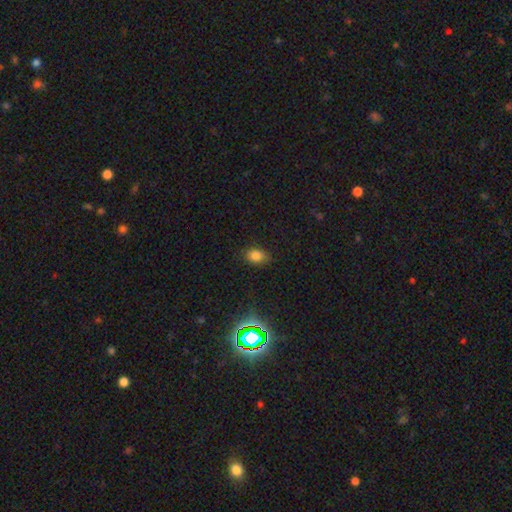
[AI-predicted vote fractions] Smooth or featured: smooth — 78% (star or artifact — 15%)
How rounded: in between — 71% (round — 28%)
Merging: none — 79% (minor disturbance — 16%)